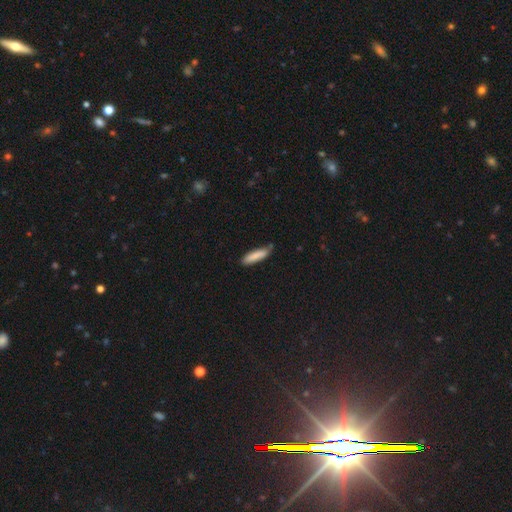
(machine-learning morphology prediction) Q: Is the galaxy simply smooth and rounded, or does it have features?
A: smooth — 84%.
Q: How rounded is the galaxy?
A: cigar-shaped — 78%.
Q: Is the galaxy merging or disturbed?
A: none — 67%.